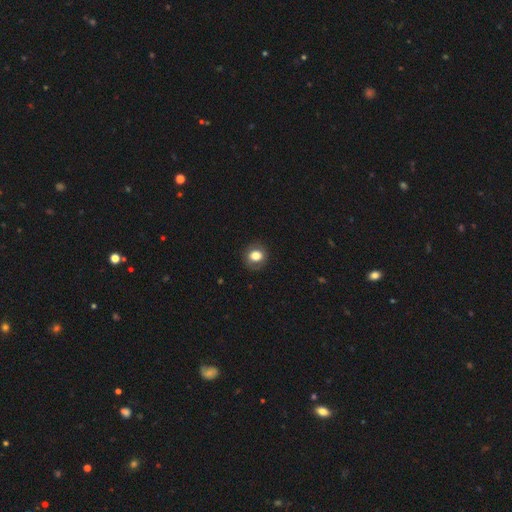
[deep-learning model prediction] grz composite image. It shows a smooth galaxy with no disk features (75%) that is round (77%). Merging: none (86%).